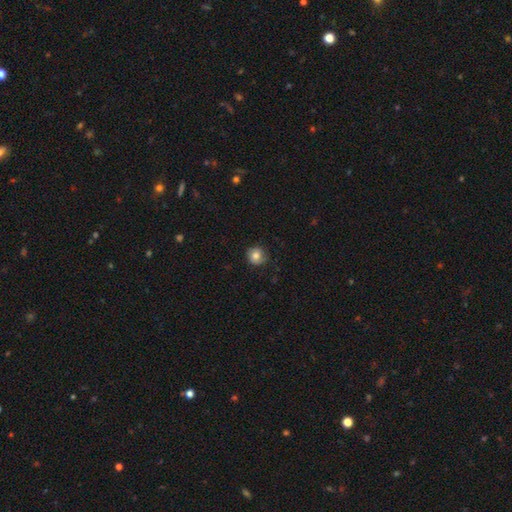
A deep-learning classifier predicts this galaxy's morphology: This is clearly a smooth galaxy (80%). How rounded: clearly round (90%). Merging: clearly none (80%).